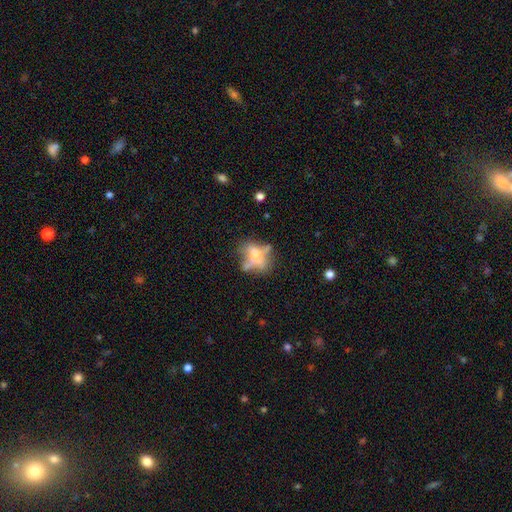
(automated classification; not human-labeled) This appears to be a featured or disk galaxy (47%). Merging: none (45%).